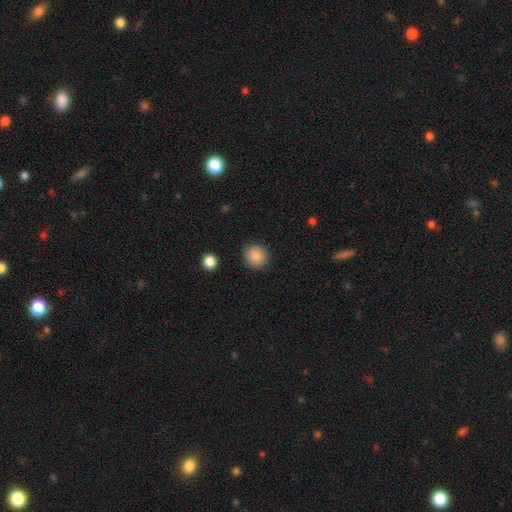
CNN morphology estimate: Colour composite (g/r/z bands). It shows a smooth galaxy with no disk features (87%) that is round (90%). Merging: none (90%).